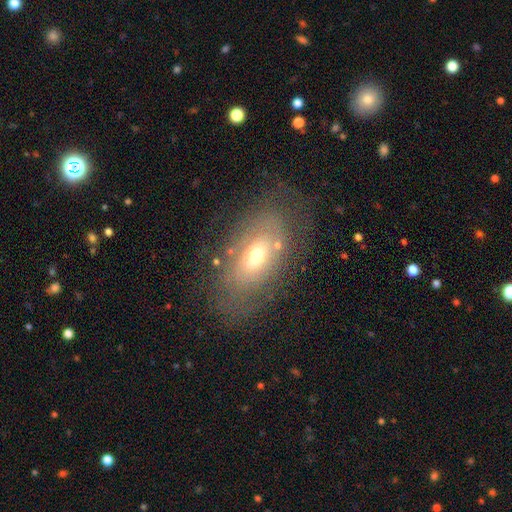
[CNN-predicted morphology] Smooth or featured: featured or disk — 57% (smooth — 34%)
Edge-on disk: no — 88% (yes — 12%)
Bar: no — 74% (weak — 20%)
Spiral arms: yes — 56% (no — 44%)
Bulge size: moderate — 62% (small — 28%)
Merging: none — 67% (minor disturbance — 18%)